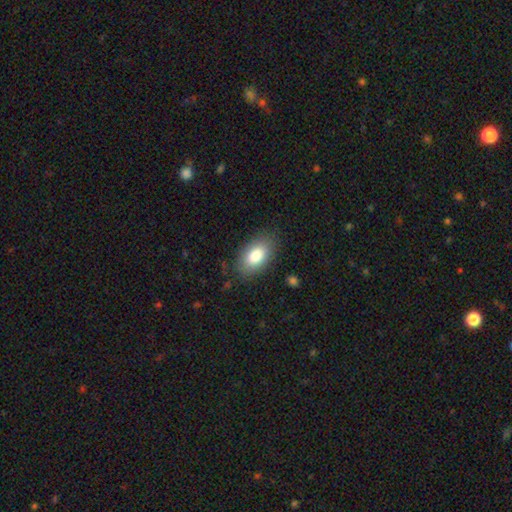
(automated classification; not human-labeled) This is clearly a smooth galaxy (84%). How rounded: clearly in between (93%). Merging: clearly none (82%).